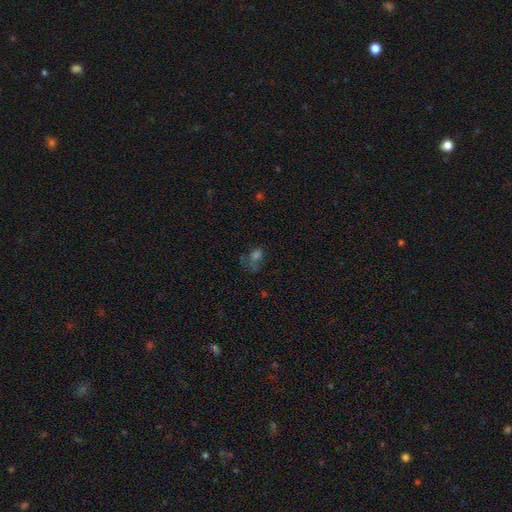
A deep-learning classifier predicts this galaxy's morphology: This appears to be a smooth galaxy with no disk features (44%). Merging: none (40%).